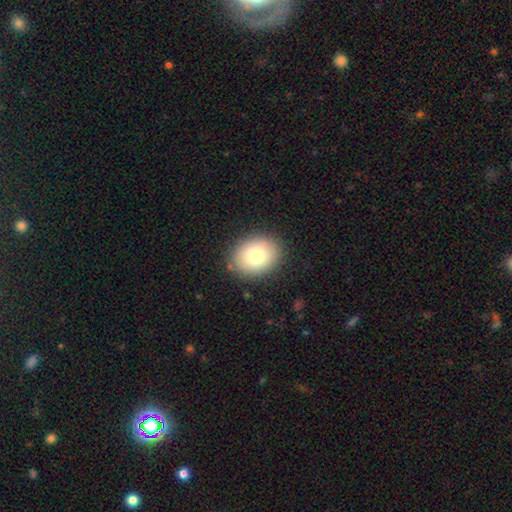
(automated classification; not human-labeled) smooth-or-featured: smooth: 79% | featured or disk: 12% | star or artifact: 10%
  how-rounded: round: 51% | in between: 48% | cigar-shaped: 1%
  merging: none: 87% | minor disturbance: 9% | major disturbance: 3% | merger: 1%